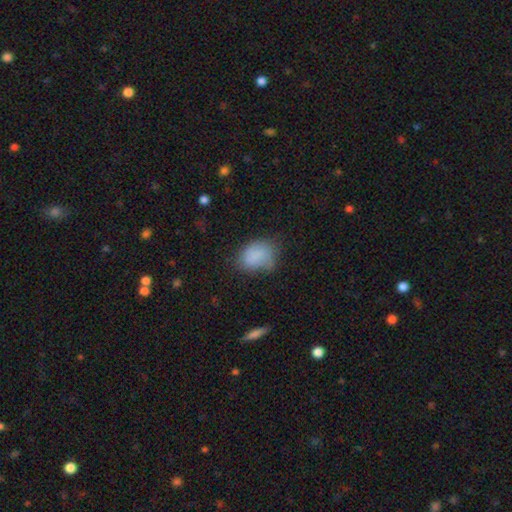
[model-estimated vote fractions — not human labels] smooth 81%, featured or disk 10%, star or artifact 9%. Down the decision tree: how rounded — in between (70%); merging — none (54%).